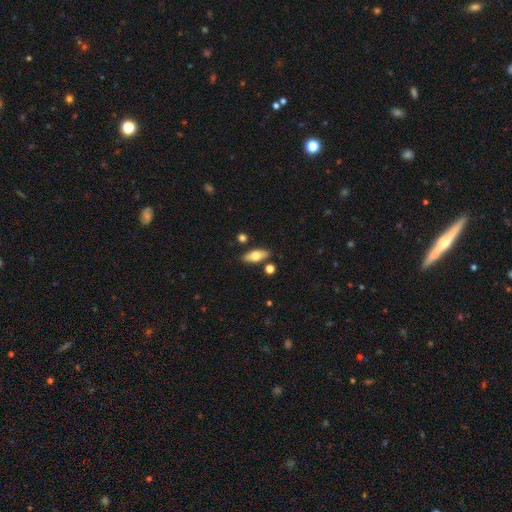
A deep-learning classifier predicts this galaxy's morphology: smooth-or-featured: smooth: 65% | featured or disk: 28% | star or artifact: 7%
  how-rounded: in between: 75% | cigar-shaped: 21% | round: 4%
  merging: none: 82% | minor disturbance: 11% | merger: 5% | major disturbance: 2%